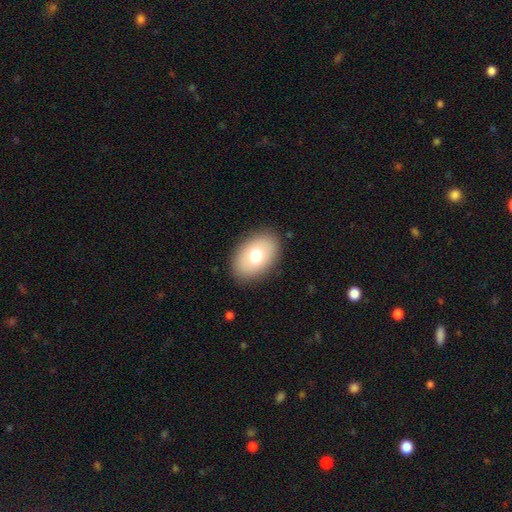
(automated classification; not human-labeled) smooth_or_featured: smooth (p=0.72) [alt: featured or disk p=0.20]
how_rounded: in between (p=0.84) [alt: round p=0.15]
merging: none (p=0.87) [alt: minor disturbance p=0.09]